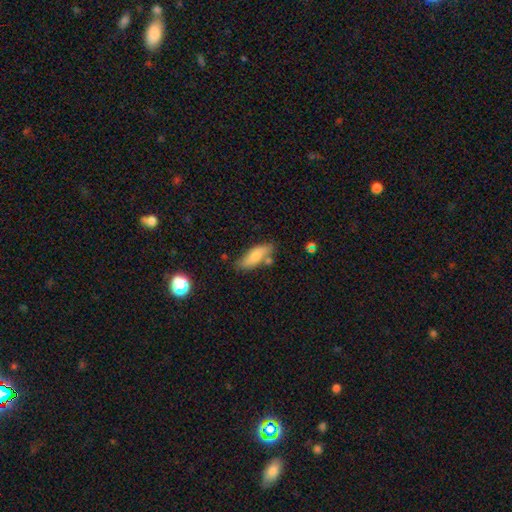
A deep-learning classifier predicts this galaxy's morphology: This is likely a smooth galaxy (73%). How rounded: likely in between (65%). Merging: likely none (66%).